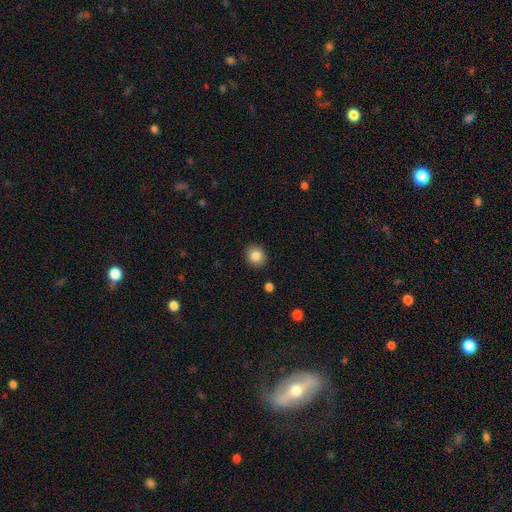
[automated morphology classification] This is clearly a smooth galaxy (85%). How rounded: clearly round (82%). Merging: clearly none (90%).